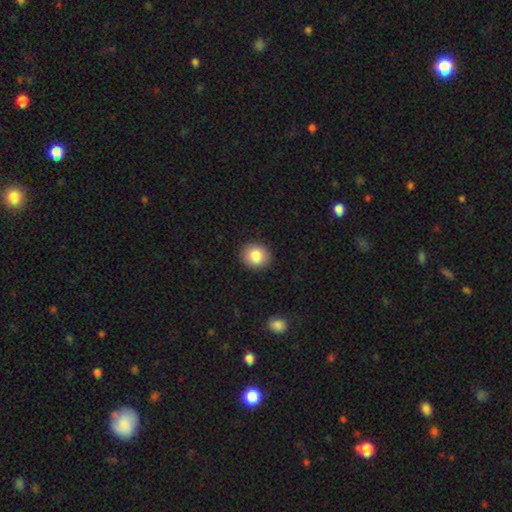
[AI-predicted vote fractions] Smooth or featured?
  - smooth: 84% *
  - star or artifact: 9%
  - featured or disk: 8%
How rounded?
  - round: 79% *
  - in between: 20%
  - cigar-shaped: 1%
Merging?
  - none: 91% *
  - minor disturbance: 6%
  - major disturbance: 2%
  - merger: 1%